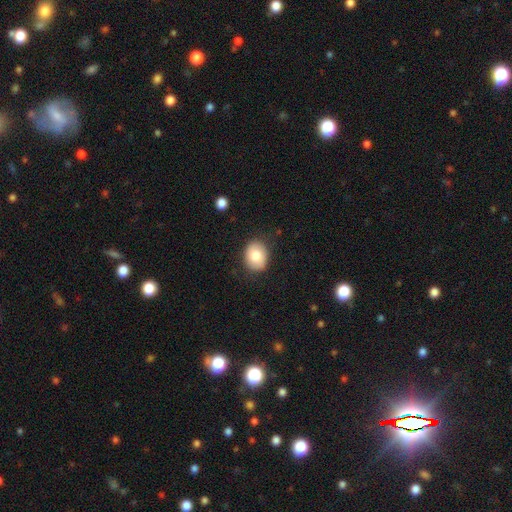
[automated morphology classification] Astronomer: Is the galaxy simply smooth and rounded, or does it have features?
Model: smooth — 80%.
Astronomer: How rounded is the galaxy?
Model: in between — 54% (runner-up: round, 45%).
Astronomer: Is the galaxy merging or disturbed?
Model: none — 85%.